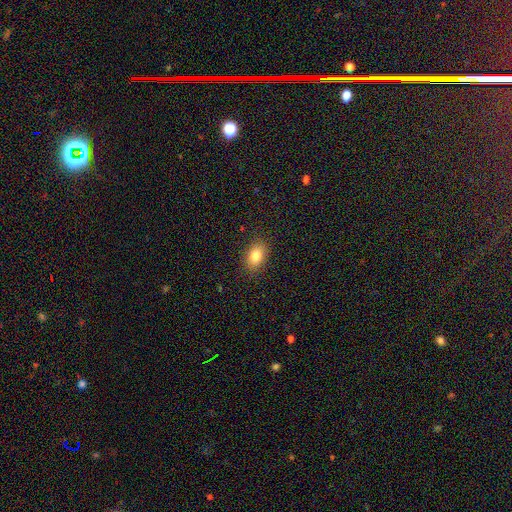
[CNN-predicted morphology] smooth-or-featured: smooth: 83% | star or artifact: 9% | featured or disk: 8%
  how-rounded: in between: 82% | round: 16% | cigar-shaped: 2%
  merging: none: 87% | minor disturbance: 9% | major disturbance: 2% | merger: 1%